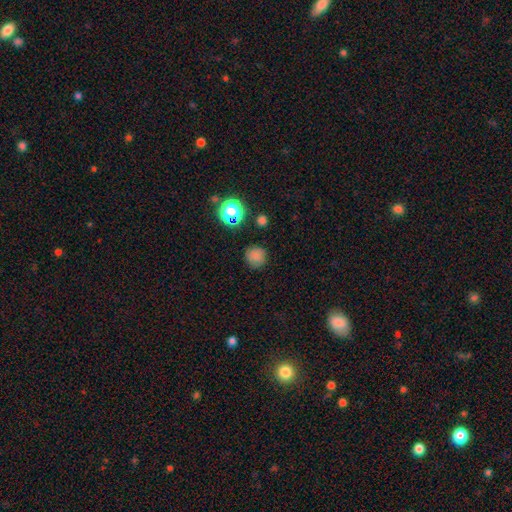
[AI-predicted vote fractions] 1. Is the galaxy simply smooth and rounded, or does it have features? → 77% smooth, 17% star or artifact, 6% featured or disk.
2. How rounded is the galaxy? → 92% round, 7% in between, 1% cigar-shaped.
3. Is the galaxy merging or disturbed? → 84% none, 11% minor disturbance, 3% major disturbance, 2% merger.